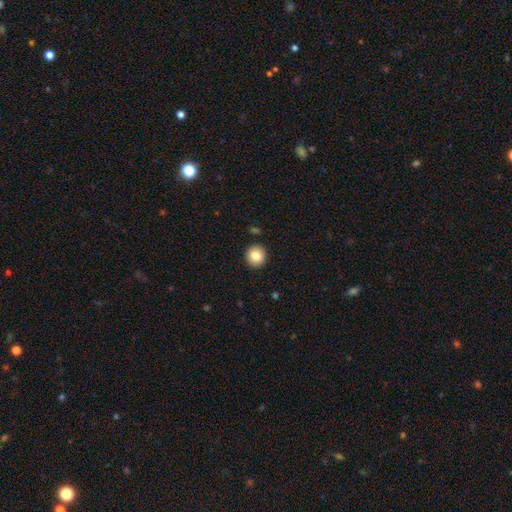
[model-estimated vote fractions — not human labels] smooth 83%, star or artifact 9%, featured or disk 8%. Down the decision tree: how rounded — round (92%); merging — none (92%).